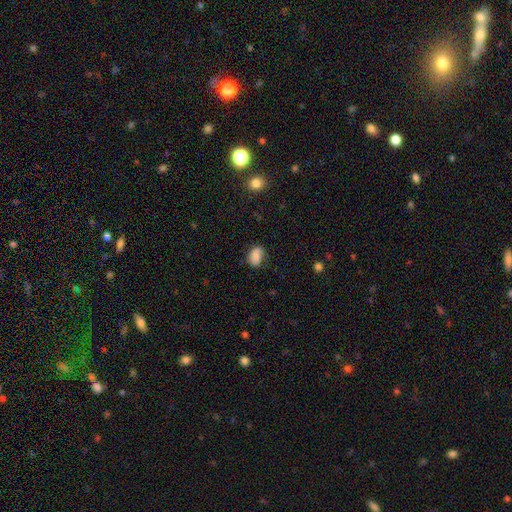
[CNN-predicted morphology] This appears to be a smooth galaxy with no disk features (82%) that is in between round and cigar-shaped (80%). Merging: none (63%).